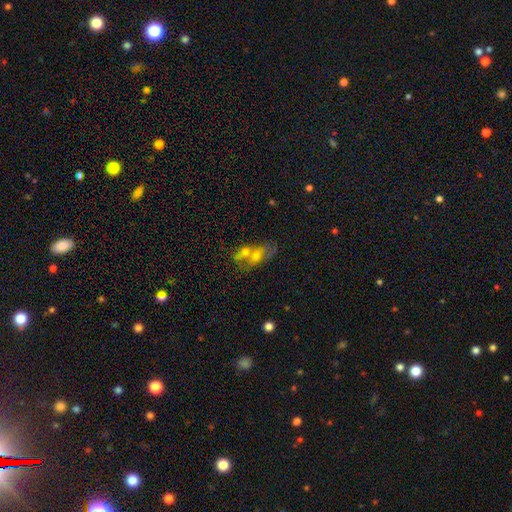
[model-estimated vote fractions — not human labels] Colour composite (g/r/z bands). It shows a featured or disk galaxy (39%). Merging: none (47%).